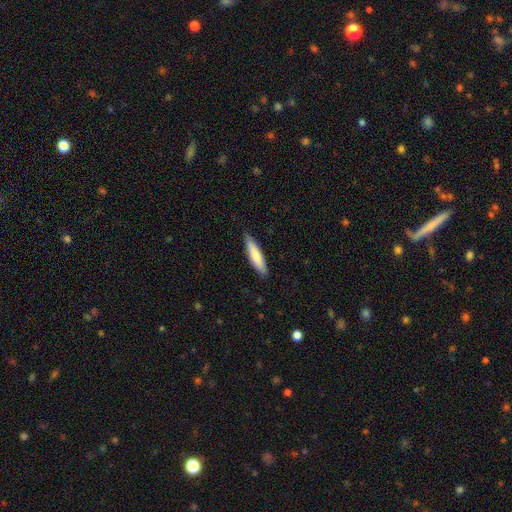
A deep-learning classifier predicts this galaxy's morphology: This is likely a smooth galaxy (79%). How rounded: likely cigar-shaped (77%). Merging: clearly none (83%).